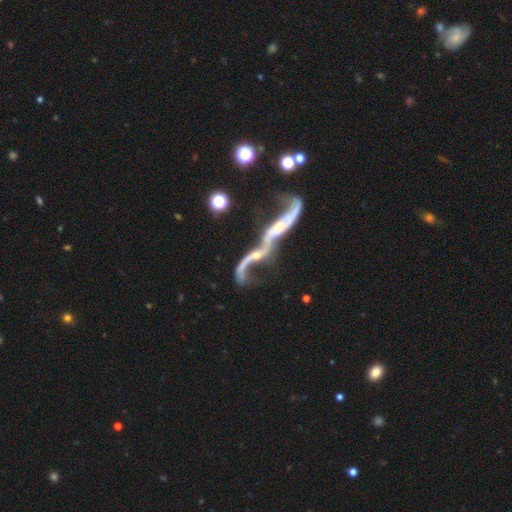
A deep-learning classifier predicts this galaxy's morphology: This appears to be a featured or disk galaxy (78%) with no bar (60%), spiral arms (72%) and a small central bulge (47%). Merging: merger (65%).